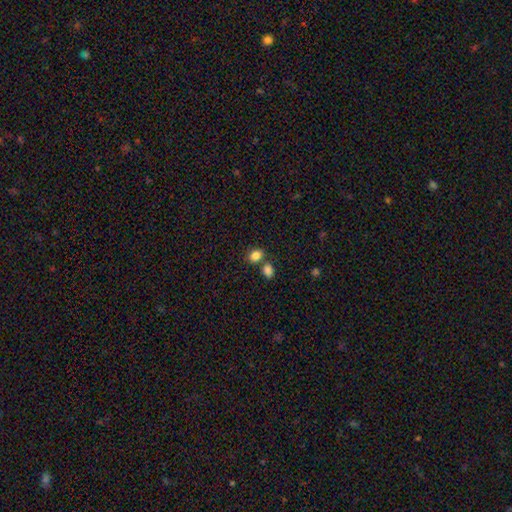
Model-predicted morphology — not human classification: Overall: smooth (84%). How rounded: in between (53%; round 46%). Merging: none (61%; merger 25%).